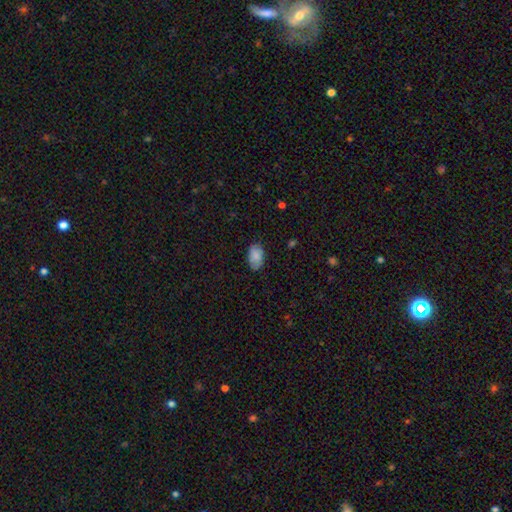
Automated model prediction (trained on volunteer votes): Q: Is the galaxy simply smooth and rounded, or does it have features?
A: smooth — 86%.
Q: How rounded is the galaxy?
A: in between — 92%.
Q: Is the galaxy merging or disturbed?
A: none — 78%.